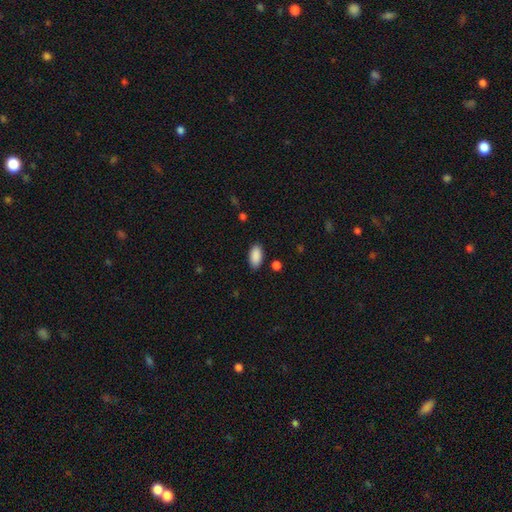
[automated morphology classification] smooth 90%, star or artifact 7%, featured or disk 3%. Down the decision tree: how rounded — in between (94%); merging — none (86%).